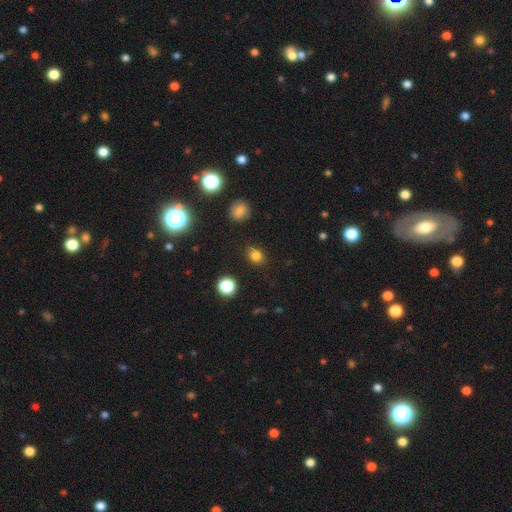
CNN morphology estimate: The model was most divided on "how rounded": round: 59%, in between: 40%, cigar-shaped: 1%. More confident: merging — none (85%); smooth or featured — smooth (80%).